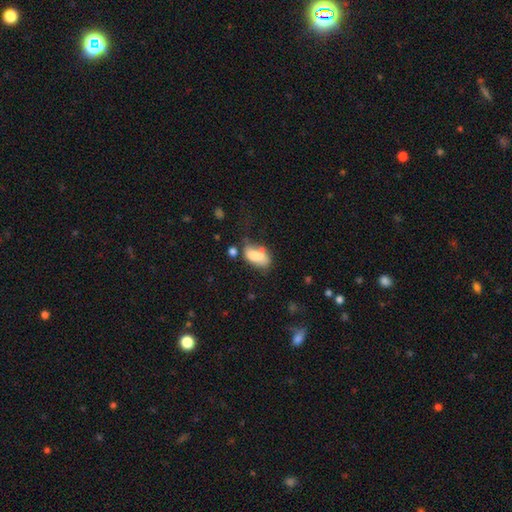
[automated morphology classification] type=smooth (68%); roundness=in between (89%); merging=none (31%).